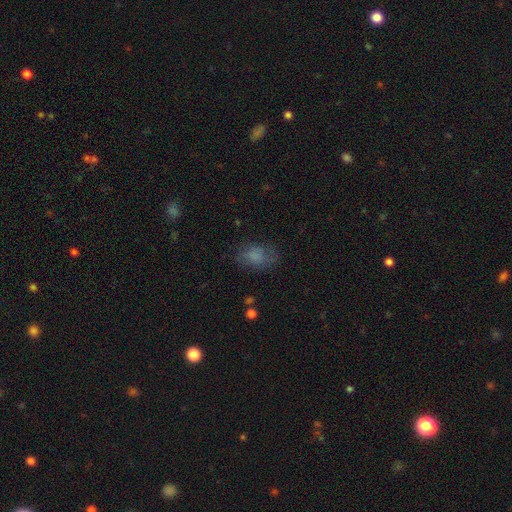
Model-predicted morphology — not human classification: The model was most divided on "merging": none: 58%, minor disturbance: 23%, major disturbance: 17%, merger: 2%. More confident: how rounded — in between (77%); smooth or featured — smooth (68%).